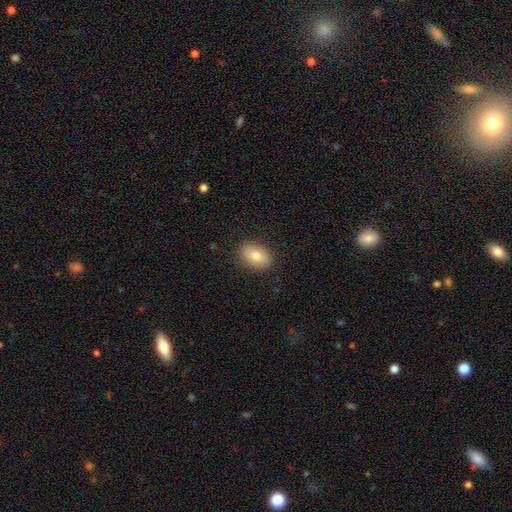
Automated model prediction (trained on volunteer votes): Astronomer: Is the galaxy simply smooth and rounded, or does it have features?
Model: smooth — 80%.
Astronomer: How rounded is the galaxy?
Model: in between — 82%.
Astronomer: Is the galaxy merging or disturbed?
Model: none — 87%.